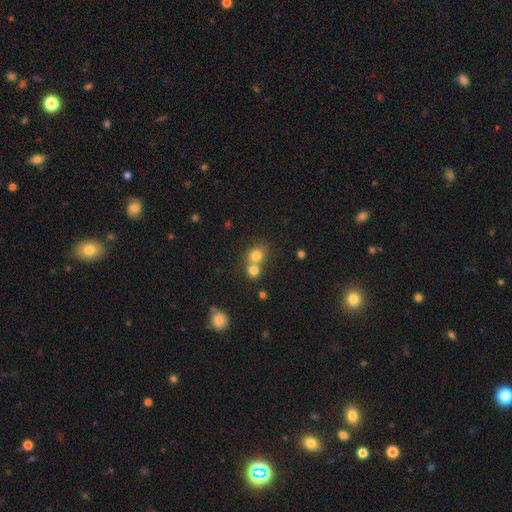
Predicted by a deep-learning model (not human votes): A smooth galaxy with no disk features (79%) that is round (77%). Merging: merger (53%).